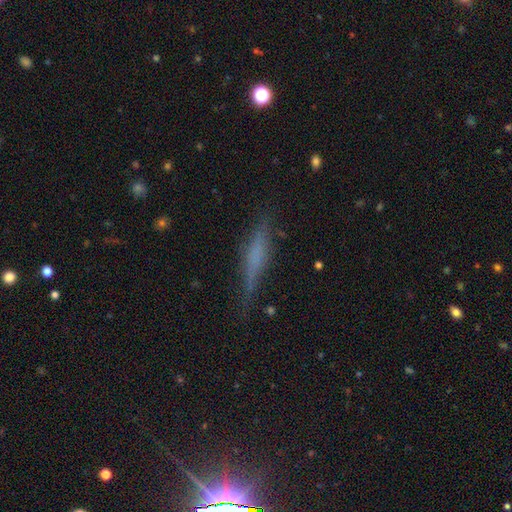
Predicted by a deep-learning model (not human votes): Smooth or featured?
  - featured or disk: 50% *
  - smooth: 39%
  - star or artifact: 11%
Merging?
  - none: 76% *
  - minor disturbance: 17%
  - major disturbance: 5%
  - merger: 2%